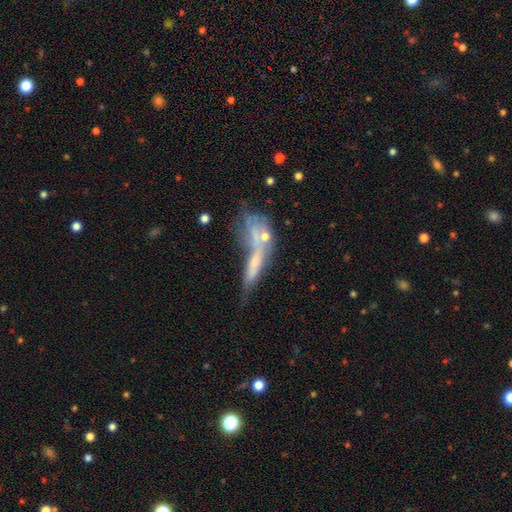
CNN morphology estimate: smooth_or_featured: featured or disk (p=0.49) [alt: smooth p=0.36]
merging: merger (p=0.49) [alt: none p=0.25]